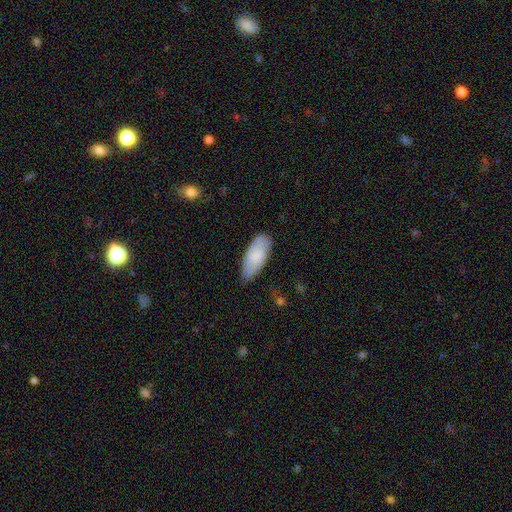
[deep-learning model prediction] A smooth galaxy with no disk features (79%) that is in between round and cigar-shaped (85%).

Vote fractions:
- Smooth or featured? smooth: 79% / featured or disk: 15% / star or artifact: 6%
- How rounded? in between: 85% / cigar-shaped: 13% / round: 2%
- Merging? none: 72% / minor disturbance: 23% / major disturbance: 4% / merger: 1%